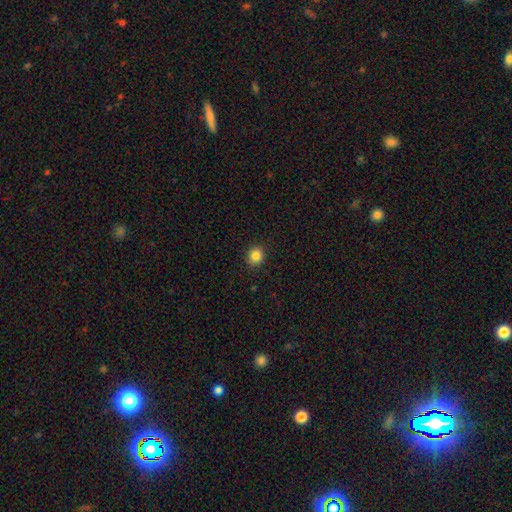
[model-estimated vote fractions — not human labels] Smooth or featured? Predicted: smooth (p=0.85). How rounded? Predicted: round (p=0.79). Merging? Predicted: none (p=0.91).